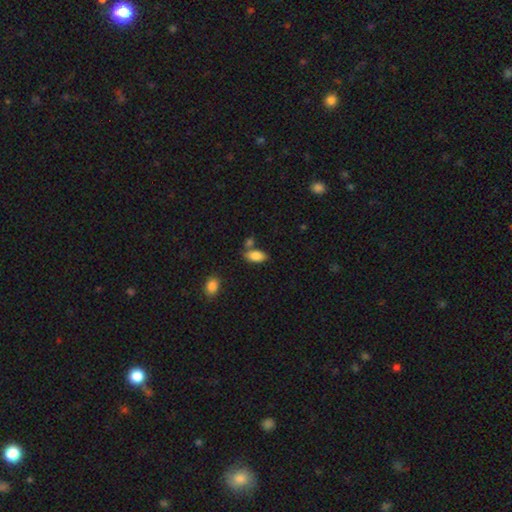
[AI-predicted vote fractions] smooth_or_featured: smooth (p=0.85) [alt: featured or disk p=0.08]
how_rounded: in between (p=0.91) [alt: cigar-shaped p=0.06]
merging: none (p=0.65) [alt: merger p=0.16]